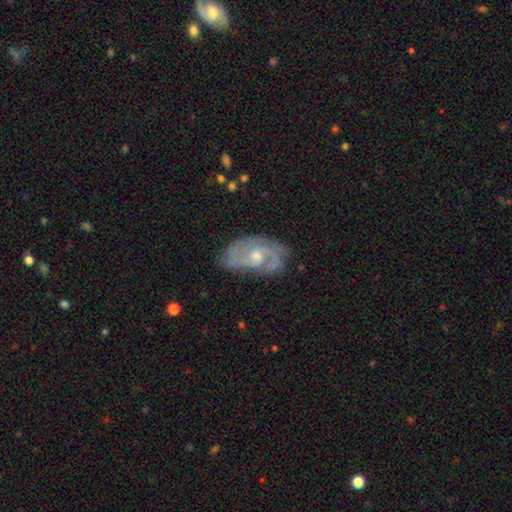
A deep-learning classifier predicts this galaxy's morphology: A featured or disk galaxy (81%) with no bar (63%), 2 (57%) medium (45%) spiral arms (91%) and a moderate central bulge (63%).

Vote fractions:
- Smooth or featured? featured or disk: 81% / smooth: 14% / star or artifact: 5%
- Edge-on disk? no: 96% / yes: 4%
- Bar? no: 63% / weak: 32% / strong: 5%
- Spiral arms? yes: 91% / no: 9%
- Spiral winding? medium: 45% / tight: 39% / loose: 16%
- Spiral arm count? 2: 57% / can't tell: 20% / 3: 13% / 1: 5% / 4: 3% / more than 4: 3%
- Bulge size? moderate: 63% / small: 29% / large: 5% / none: 2% / dominant: 1%
- Merging? none: 69% / minor disturbance: 22% / major disturbance: 8% / merger: 2%